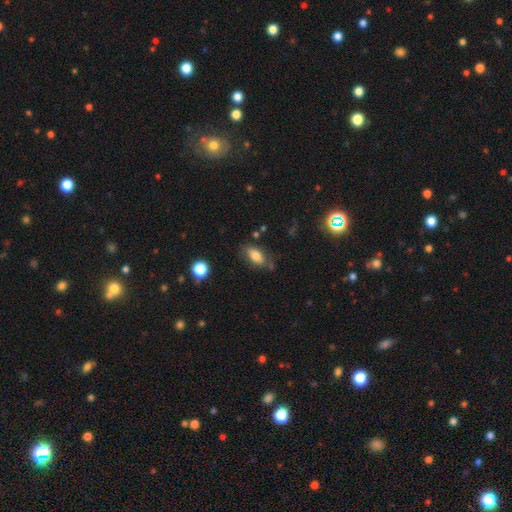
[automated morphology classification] Smooth or featured: smooth — 77% (featured or disk — 14%)
How rounded: in between — 87% (cigar-shaped — 8%)
Merging: none — 69% (minor disturbance — 20%)